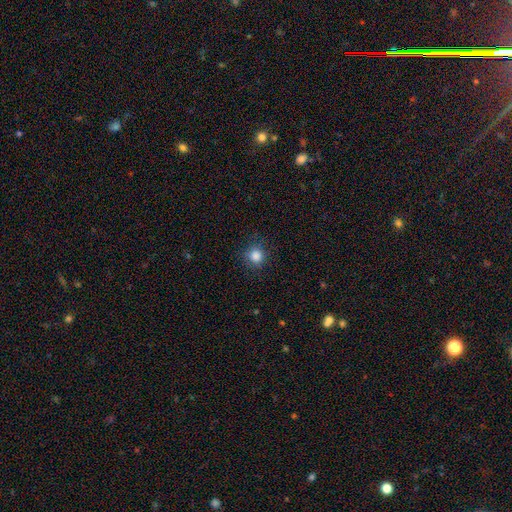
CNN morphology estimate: A smooth galaxy with no disk features (85%) that is round (92%).

Vote fractions:
- Smooth or featured? smooth: 85% / star or artifact: 11% / featured or disk: 4%
- How rounded? round: 92% / in between: 7% / cigar-shaped: 1%
- Merging? none: 85% / minor disturbance: 10% / major disturbance: 3% / merger: 1%